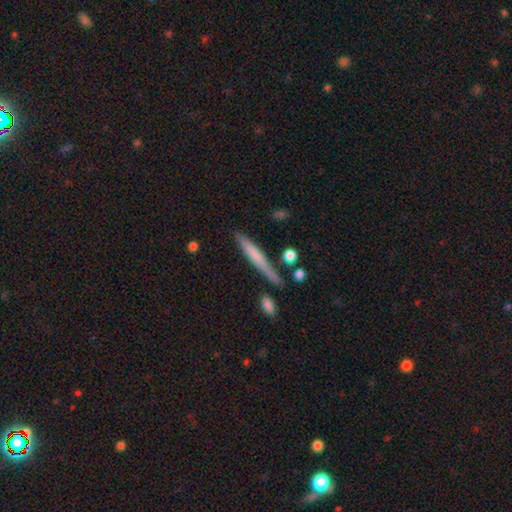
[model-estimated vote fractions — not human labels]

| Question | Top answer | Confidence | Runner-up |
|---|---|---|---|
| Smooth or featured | smooth | 57% | featured or disk (36%) |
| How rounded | cigar-shaped | 94% | in between (5%) |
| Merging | none | 76% | minor disturbance (15%) |